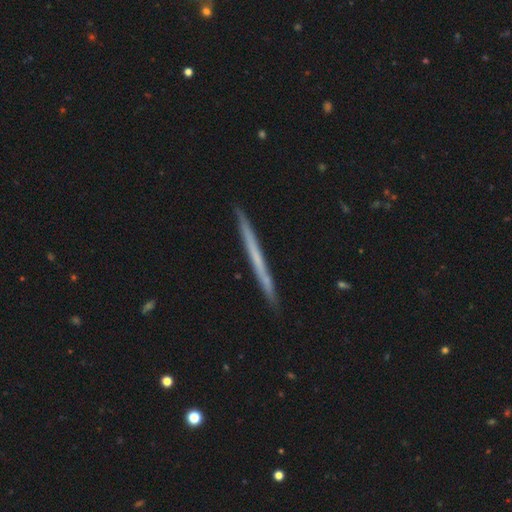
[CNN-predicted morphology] featured or disk 50%, smooth 44%, star or artifact 5%. Down the decision tree: edge-on disk — yes (97%); merging — none (92%).